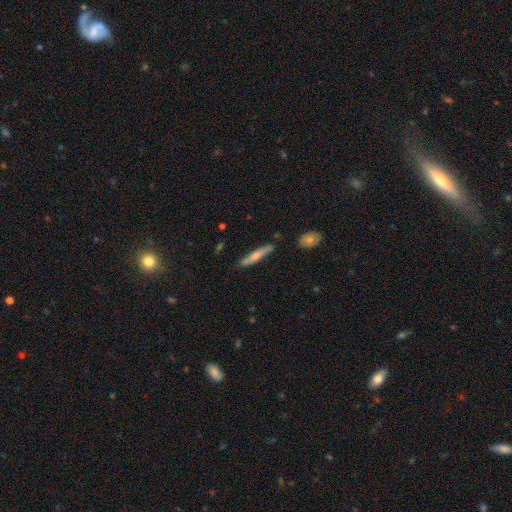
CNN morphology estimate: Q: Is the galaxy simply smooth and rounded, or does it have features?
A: smooth — 56%.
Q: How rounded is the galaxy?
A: cigar-shaped — 91%.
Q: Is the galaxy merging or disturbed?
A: none — 81%.